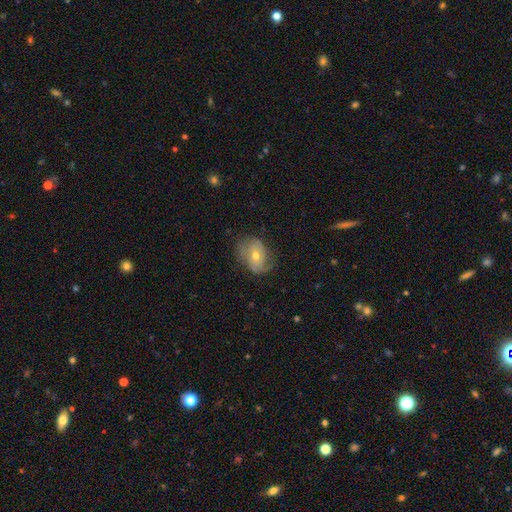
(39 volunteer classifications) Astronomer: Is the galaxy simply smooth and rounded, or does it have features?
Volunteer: featured or disk — 72%.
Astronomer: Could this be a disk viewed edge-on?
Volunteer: no — 96%.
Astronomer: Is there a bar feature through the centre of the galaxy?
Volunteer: no — 81%.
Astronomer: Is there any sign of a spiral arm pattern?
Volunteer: yes — 93%.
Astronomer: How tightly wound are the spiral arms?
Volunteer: loose — 48% (runner-up: medium, 40%).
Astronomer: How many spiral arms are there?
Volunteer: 2 — 48% (runner-up: 1, 28%).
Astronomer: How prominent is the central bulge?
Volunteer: moderate — 70%.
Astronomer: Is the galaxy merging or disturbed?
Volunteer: none — 69%.